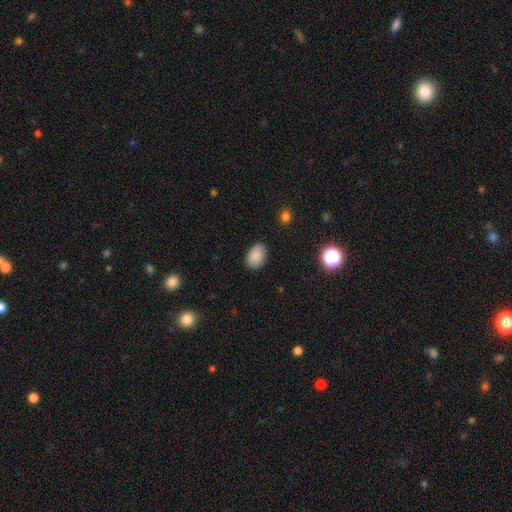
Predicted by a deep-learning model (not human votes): Morphology: type=smooth (87%); roundness=in between (86%); merging=none (84%).